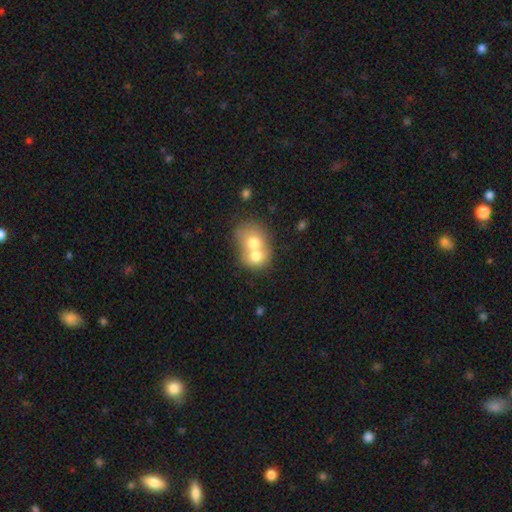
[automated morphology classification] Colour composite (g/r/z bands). It shows a smooth galaxy with no disk features (67%) that is round (62%). Merging: merger (76%).